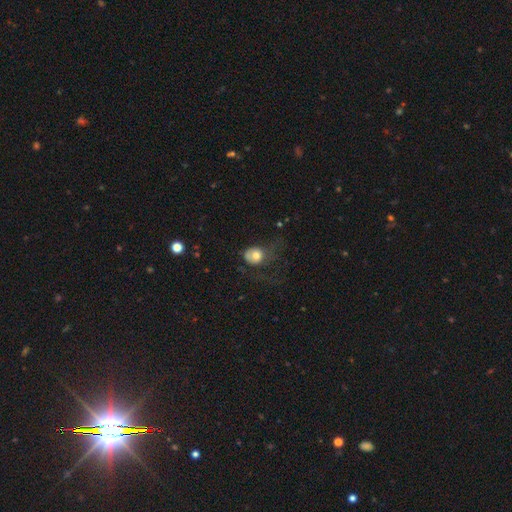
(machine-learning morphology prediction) smooth-or-featured: smooth: 71% | featured or disk: 19% | star or artifact: 10%
  how-rounded: round: 67% | in between: 31% | cigar-shaped: 1%
  merging: major disturbance: 48% | none: 27% | minor disturbance: 22% | merger: 3%